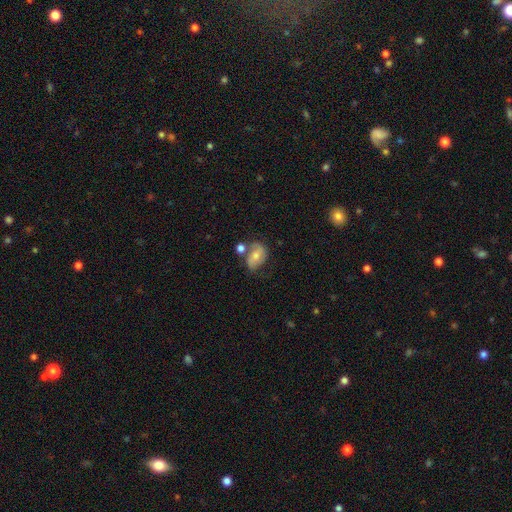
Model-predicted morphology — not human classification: A smooth galaxy with no disk features (47%).

Vote fractions:
- Smooth or featured? smooth: 47% / featured or disk: 44% / star or artifact: 9%
- Merging? none: 45% / minor disturbance: 23% / merger: 21% / major disturbance: 11%